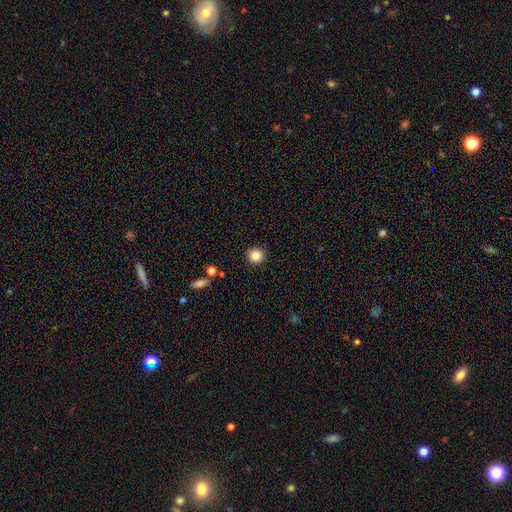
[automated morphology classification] smooth_or_featured: smooth (p=0.86) [alt: star or artifact p=0.10]
how_rounded: round (p=0.94) [alt: in between p=0.05]
merging: none (p=0.91) [alt: minor disturbance p=0.06]